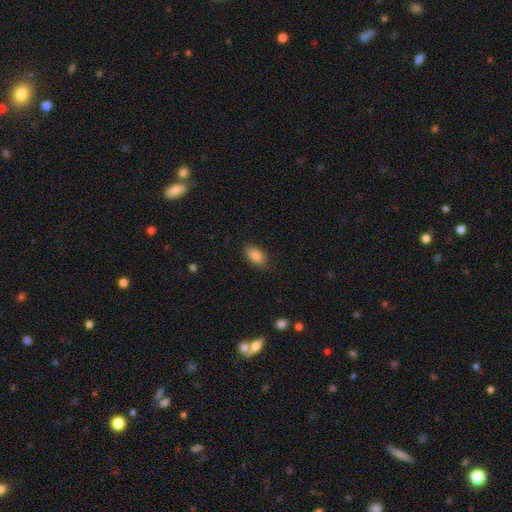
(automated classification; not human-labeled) Morphology: type=smooth (85%); roundness=in between (91%); merging=none (86%).